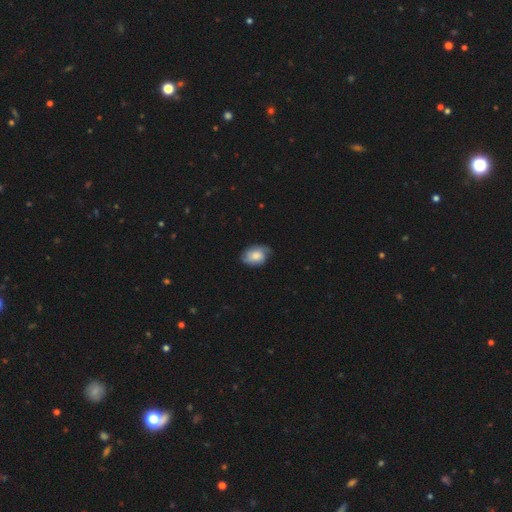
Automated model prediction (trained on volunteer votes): Q: Smooth or featured?
A: smooth (61%); runner-up: featured or disk (32%)
Q: How rounded?
A: in between (76%); runner-up: round (23%)
Q: Merging?
A: none (60%); runner-up: minor disturbance (30%)